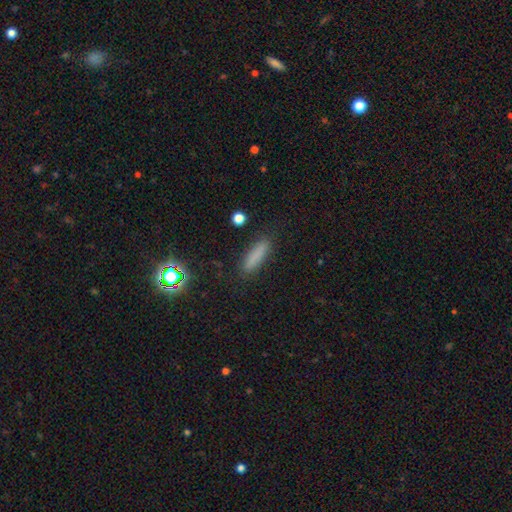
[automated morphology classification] A smooth galaxy with no disk features (80%) that is cigar-shaped (75%). Merging: none (86%).